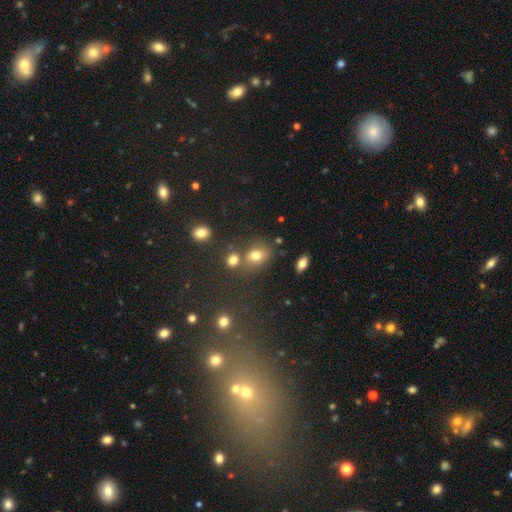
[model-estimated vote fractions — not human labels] This appears to be a smooth galaxy with no disk features (73%) that is in between round and cigar-shaped (52%). Merging: none (59%).